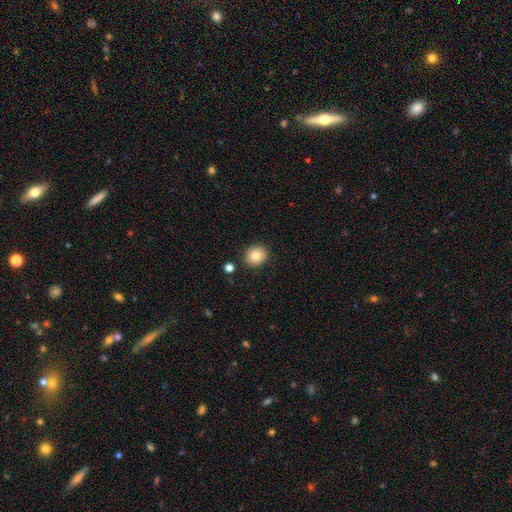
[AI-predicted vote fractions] smooth_or_featured: smooth (p=0.84) [alt: star or artifact p=0.09]
how_rounded: round (p=0.79) [alt: in between p=0.20]
merging: none (p=0.89) [alt: minor disturbance p=0.07]